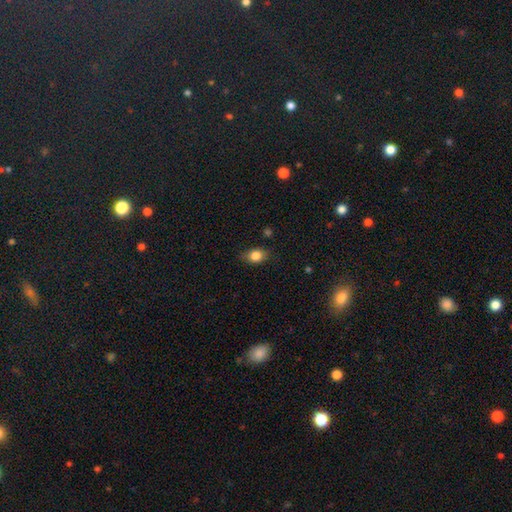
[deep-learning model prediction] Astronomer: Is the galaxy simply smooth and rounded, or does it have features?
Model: smooth — 83%.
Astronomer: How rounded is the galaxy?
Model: in between — 62%.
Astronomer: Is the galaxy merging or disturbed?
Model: none — 77%.